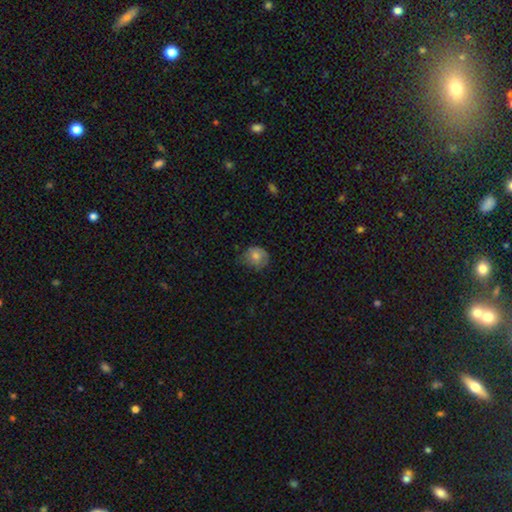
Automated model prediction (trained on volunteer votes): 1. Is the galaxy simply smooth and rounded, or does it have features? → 73% smooth, 18% featured or disk, 9% star or artifact.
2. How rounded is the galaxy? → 68% round, 32% in between, 1% cigar-shaped.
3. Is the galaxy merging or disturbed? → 50% none, 35% minor disturbance, 13% major disturbance, 1% merger.